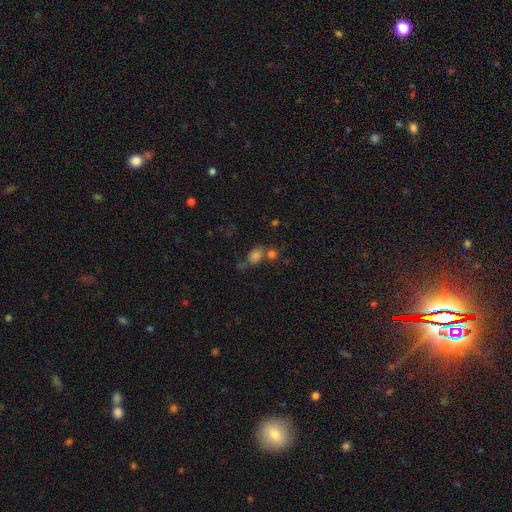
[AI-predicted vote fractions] smooth 74%, star or artifact 17%, featured or disk 9%. Down the decision tree: how rounded — in between (53%); merging — none (44%).